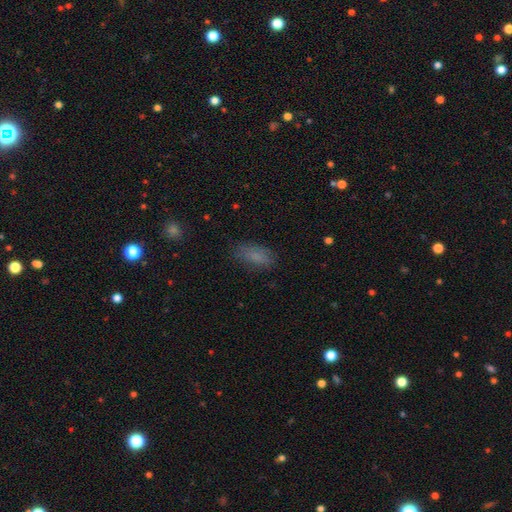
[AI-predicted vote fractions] smooth-or-featured: smooth: 79% | star or artifact: 11% | featured or disk: 9%
  how-rounded: in between: 86% | cigar-shaped: 11% | round: 4%
  merging: none: 76% | minor disturbance: 17% | major disturbance: 6% | merger: 1%